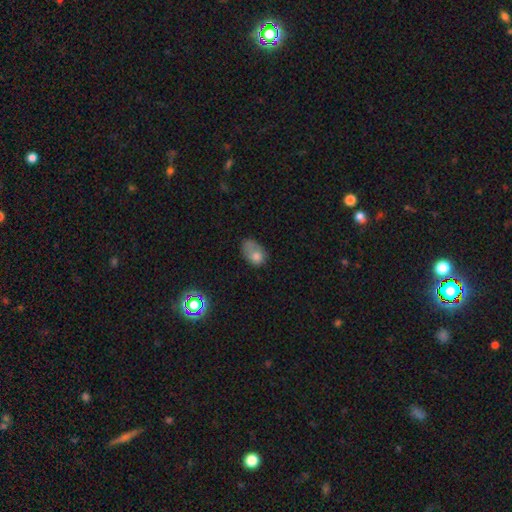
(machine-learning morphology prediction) Smooth or featured: smooth — 67% (featured or disk — 20%)
How rounded: in between — 74% (round — 24%)
Merging: none — 32% (tied with minor disturbance — 32%)